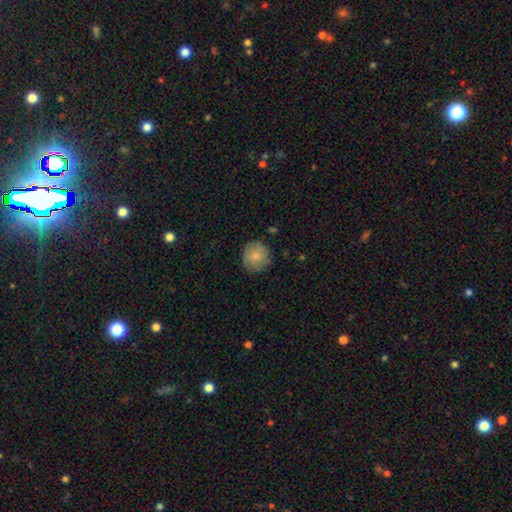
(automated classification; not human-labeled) This is clearly a smooth galaxy (81%). How rounded: clearly round (91%). Merging: clearly none (82%).